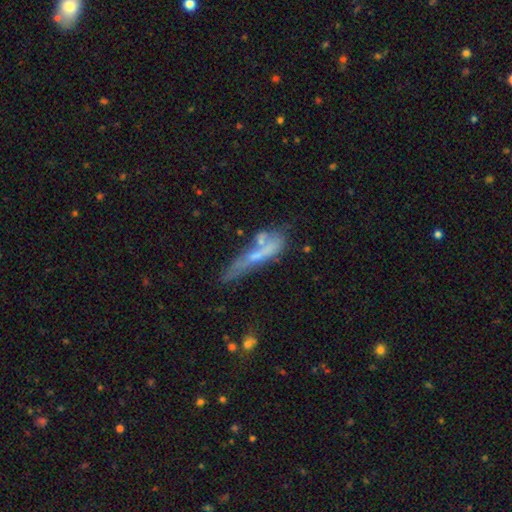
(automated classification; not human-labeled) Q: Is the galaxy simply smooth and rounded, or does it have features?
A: featured or disk — 48%.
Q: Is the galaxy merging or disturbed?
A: none — 36%.